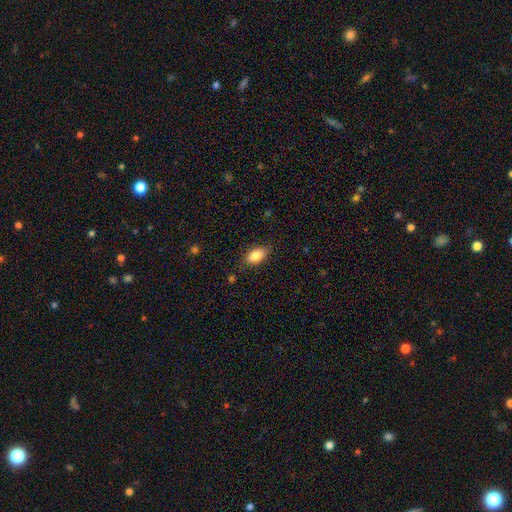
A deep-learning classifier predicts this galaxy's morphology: smooth_or_featured: smooth (p=0.86) [alt: star or artifact p=0.08]
how_rounded: in between (p=0.90) [alt: round p=0.05]
merging: none (p=0.80) [alt: minor disturbance p=0.15]